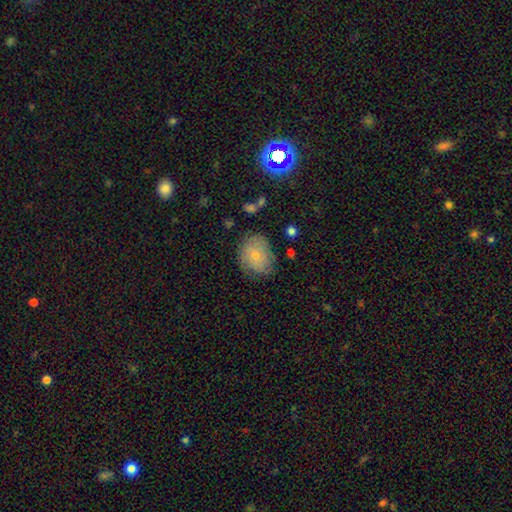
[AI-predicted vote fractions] Smooth or featured?
  - smooth: 70% *
  - featured or disk: 21%
  - star or artifact: 9%
How rounded?
  - round: 52% *
  - in between: 47%
  - cigar-shaped: 1%
Merging?
  - none: 70% *
  - minor disturbance: 22%
  - major disturbance: 6%
  - merger: 2%